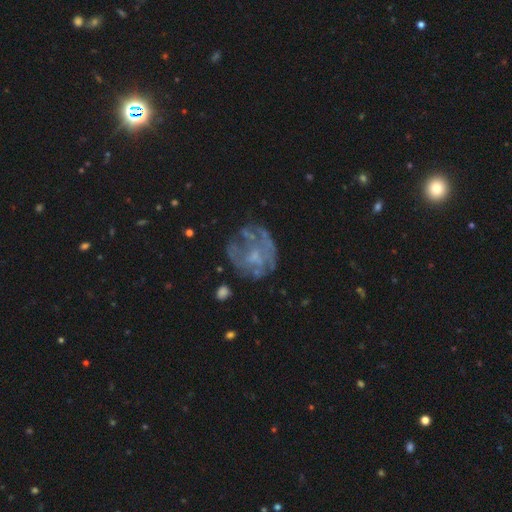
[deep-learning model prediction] Smooth or featured: featured or disk — 68% (smooth — 21%)
Edge-on disk: no — 98% (yes — 2%)
Bar: no — 81% (weak — 16%)
Spiral arms: no — 62% (yes — 38%)
Bulge size: small — 37% (none — 35%)
Merging: none — 57% (major disturbance — 21%)